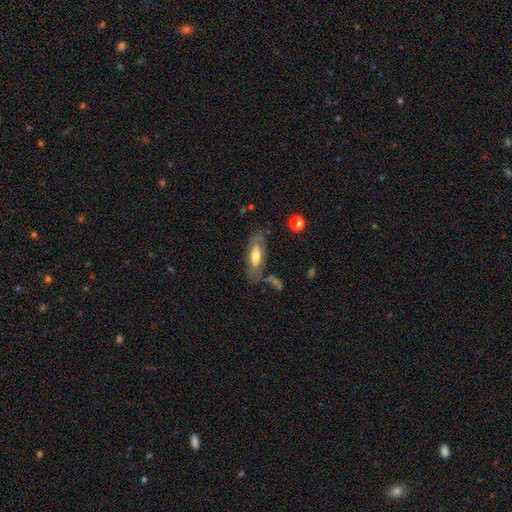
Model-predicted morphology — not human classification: featured or disk 48%, smooth 46%, star or artifact 6%. Down the decision tree: merging — none (65%).